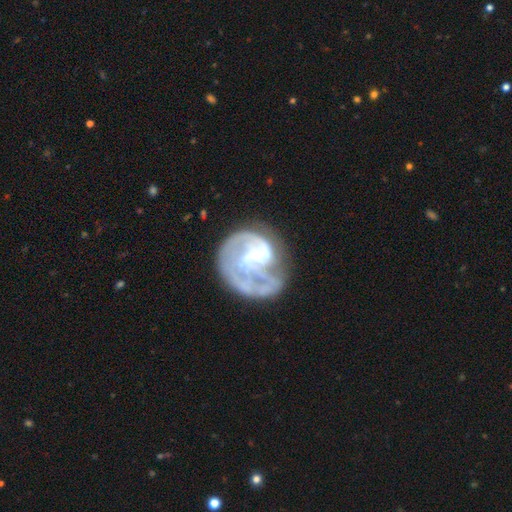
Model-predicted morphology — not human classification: A featured or disk galaxy (80%) with a weak bar (46%), 2 (34%) medium (40%) spiral arms (82%) and a small central bulge (62%).

Vote fractions:
- Smooth or featured? featured or disk: 80% / smooth: 13% / star or artifact: 7%
- Edge-on disk? no: 98% / yes: 2%
- Bar? weak: 46% / no: 36% / strong: 18%
- Spiral arms? yes: 82% / no: 18%
- Spiral winding? medium: 40% / tight: 34% / loose: 27%
- Spiral arm count? 2: 34% / can't tell: 24% / 1: 22% / 3: 12% / 4: 4% / more than 4: 3%
- Bulge size? small: 62% / moderate: 21% / none: 14% / large: 2% / dominant: 1%
- Merging? none: 43% / major disturbance: 32% / minor disturbance: 20% / merger: 5%